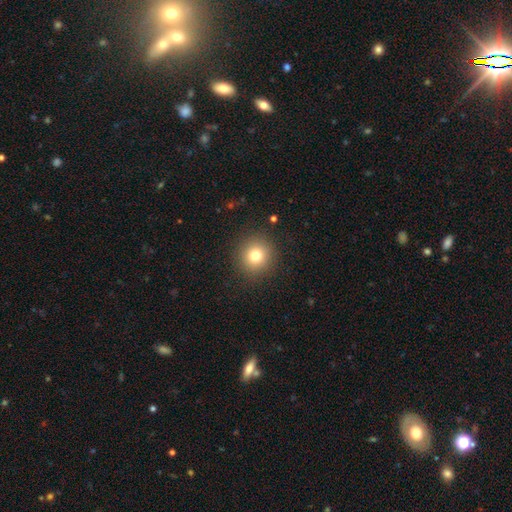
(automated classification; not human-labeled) smooth 79%, star or artifact 12%, featured or disk 9%. Down the decision tree: how rounded — round (92%); merging — none (90%).